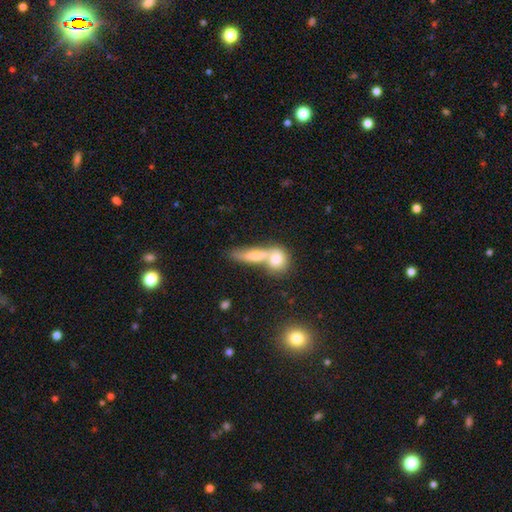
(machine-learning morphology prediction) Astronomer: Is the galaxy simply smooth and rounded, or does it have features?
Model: smooth — 69%.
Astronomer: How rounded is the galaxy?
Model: in between — 47% (runner-up: cigar-shaped, 40%).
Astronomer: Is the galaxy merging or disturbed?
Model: merger — 60%.